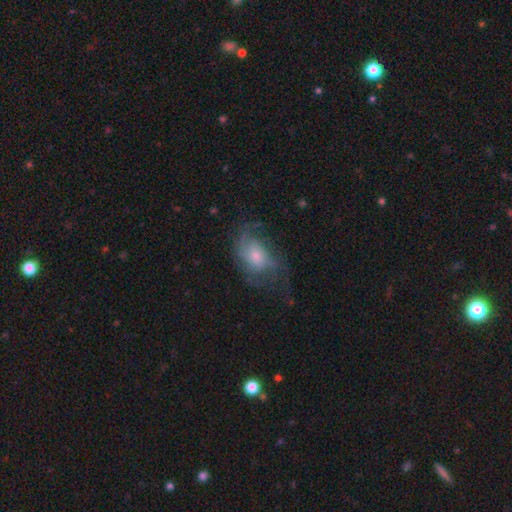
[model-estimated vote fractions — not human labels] Smooth or featured? Predicted: featured or disk (p=0.64). Edge-on disk? Predicted: no (p=0.96). Bar? Predicted: no (p=0.74). Spiral arms? Predicted: yes (p=0.82). Spiral winding? Predicted: medium (p=0.42). Spiral arm count? Predicted: can't tell (p=0.38). Bulge size? Predicted: moderate (p=0.46). Merging? Predicted: none (p=0.50).